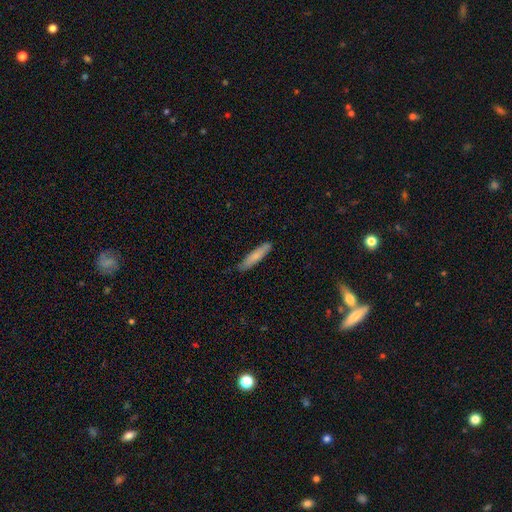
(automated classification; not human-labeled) smooth_or_featured: smooth (p=0.77) [alt: featured or disk p=0.17]
how_rounded: cigar-shaped (p=0.87) [alt: in between p=0.12]
merging: none (p=0.83) [alt: minor disturbance p=0.13]